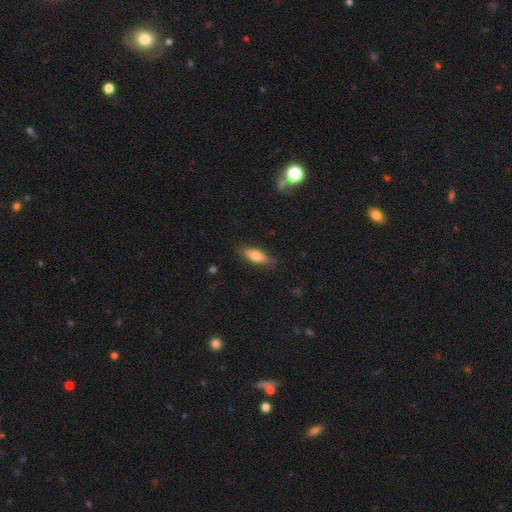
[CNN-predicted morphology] The model was most divided on "how rounded": in between: 75%, cigar-shaped: 23%, round: 3%. More confident: merging — none (78%); smooth or featured — smooth (75%).